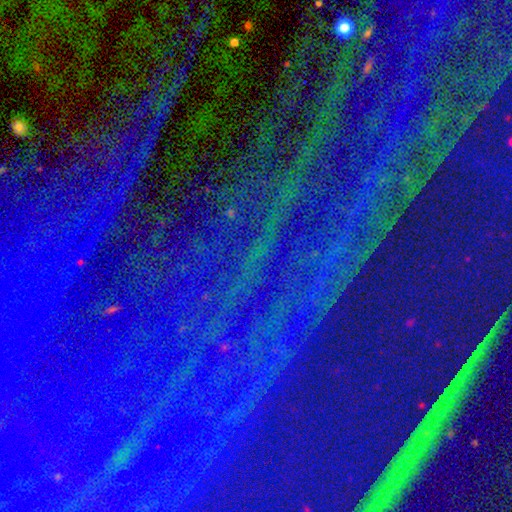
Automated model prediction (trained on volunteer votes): Smooth or featured: star or artifact — 88% (featured or disk — 7%)